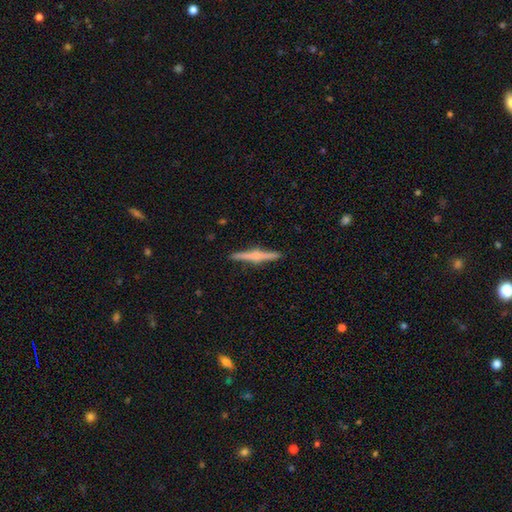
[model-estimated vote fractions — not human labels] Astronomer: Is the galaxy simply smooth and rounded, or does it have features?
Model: featured or disk — 69%.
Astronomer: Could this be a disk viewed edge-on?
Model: yes — 98%.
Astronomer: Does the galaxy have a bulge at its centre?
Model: rounded — 75%.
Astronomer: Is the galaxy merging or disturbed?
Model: none — 91%.